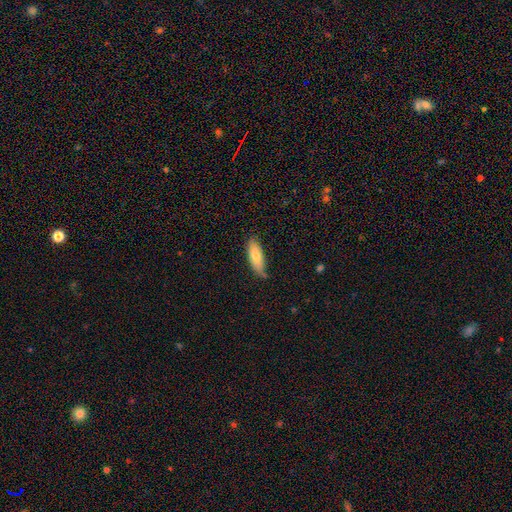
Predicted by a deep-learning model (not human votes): This appears to be a smooth galaxy with no disk features (75%) that is in between round and cigar-shaped (62%). Merging: none (72%).